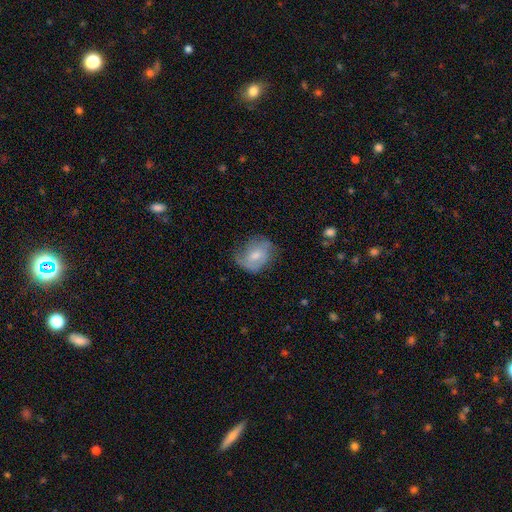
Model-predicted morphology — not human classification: smooth_or_featured: featured or disk (p=0.51) [alt: smooth p=0.42]
disk_edge_on: no (p=0.96) [alt: yes p=0.04]
merging: none (p=0.56) [alt: minor disturbance p=0.29]